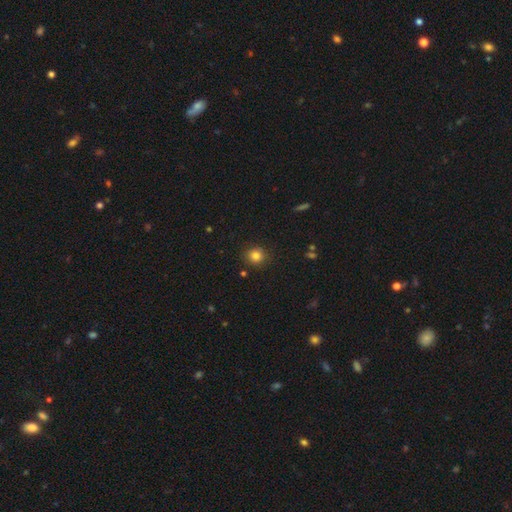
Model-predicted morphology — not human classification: This is clearly a smooth galaxy (82%). How rounded: clearly round (89%). Merging: clearly none (88%).